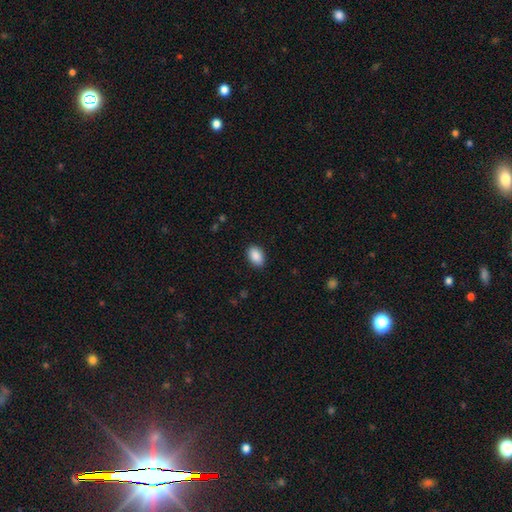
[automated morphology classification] smooth 90%, star or artifact 7%, featured or disk 3%. Down the decision tree: how rounded — in between (88%); merging — none (88%).